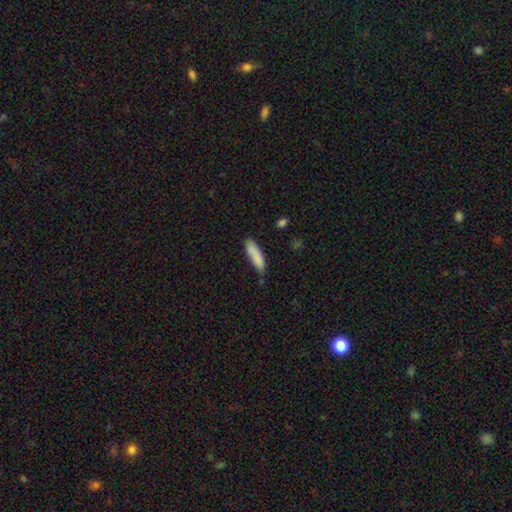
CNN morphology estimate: A smooth galaxy with no disk features (85%) that is cigar-shaped (61%). Merging: none (68%).